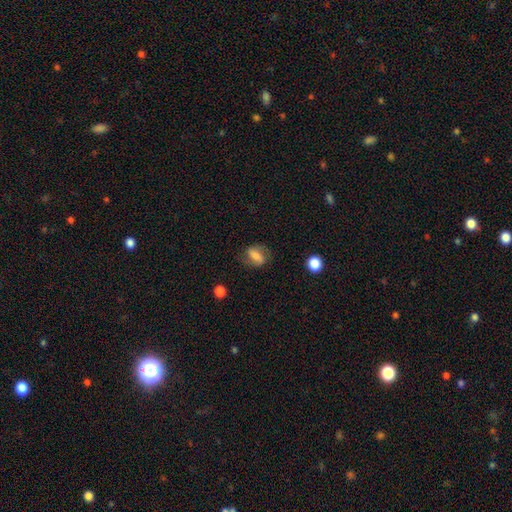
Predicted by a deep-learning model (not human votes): smooth_or_featured: smooth (p=0.48) [alt: featured or disk p=0.42]
merging: none (p=0.71) [alt: minor disturbance p=0.19]